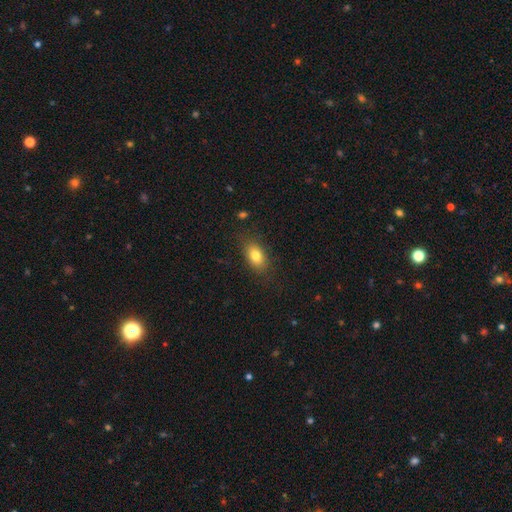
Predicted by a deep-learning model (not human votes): Smooth or featured: smooth — 80% (featured or disk — 11%)
How rounded: in between — 85% (round — 12%)
Merging: none — 82% (minor disturbance — 13%)